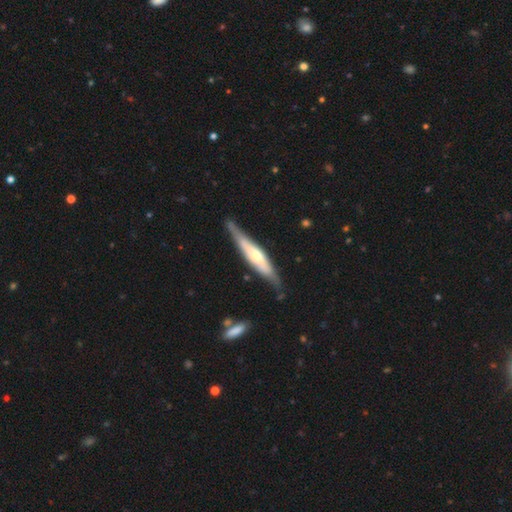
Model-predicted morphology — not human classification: Smooth or featured?
  - featured or disk: 58% *
  - smooth: 37%
  - star or artifact: 5%
Edge-on disk?
  - yes: 87% *
  - no: 13%
Edge-on bulge?
  - rounded: 61% *
  - boxy: 21%
  - none: 18%
Merging?
  - none: 76% *
  - minor disturbance: 18%
  - major disturbance: 4%
  - merger: 3%